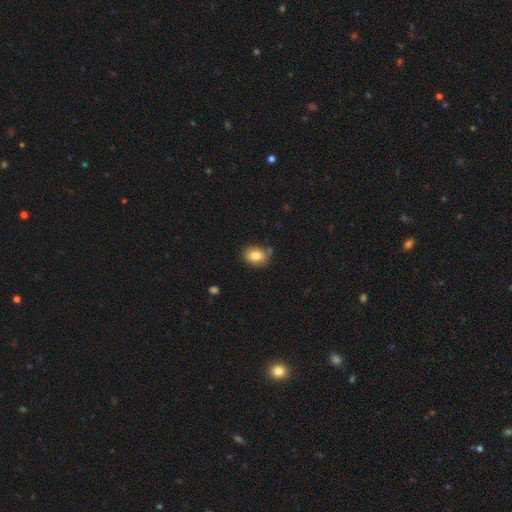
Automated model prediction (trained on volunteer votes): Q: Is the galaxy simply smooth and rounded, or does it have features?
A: smooth — 81%.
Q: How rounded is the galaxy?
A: in between — 67%.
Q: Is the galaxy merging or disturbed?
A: none — 75%.